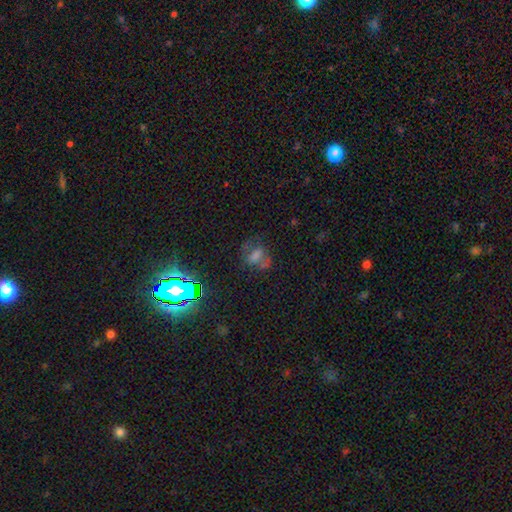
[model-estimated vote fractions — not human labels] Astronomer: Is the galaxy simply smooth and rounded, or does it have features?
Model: smooth — 40% (runner-up: star or artifact, 31%).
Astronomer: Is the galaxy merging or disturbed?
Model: none — 54%.